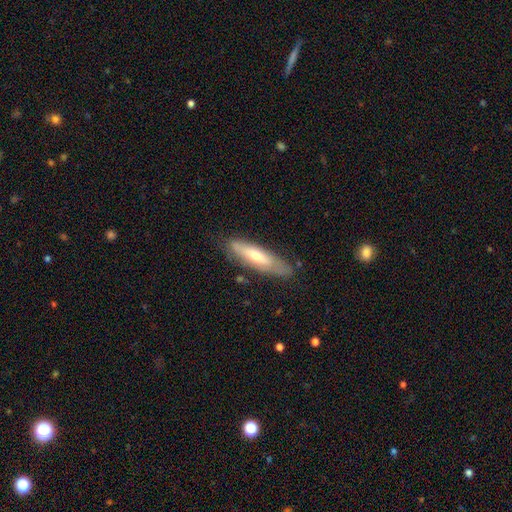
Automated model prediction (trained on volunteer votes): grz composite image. It shows a featured or disk galaxy (47%). Merging: none (80%).